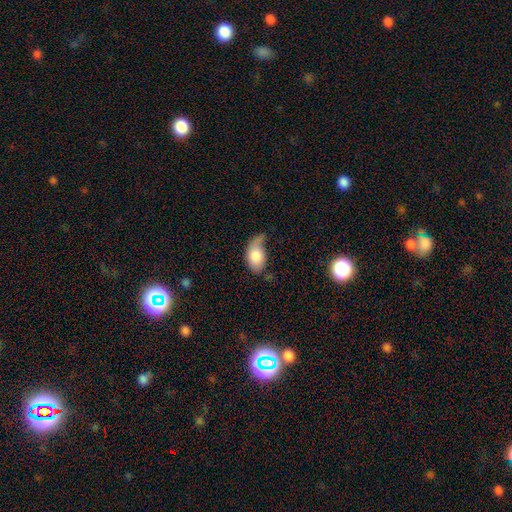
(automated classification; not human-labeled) Smooth or featured? Predicted: smooth (p=0.77). How rounded? Predicted: in between (p=0.91). Merging? Predicted: minor disturbance (p=0.39).